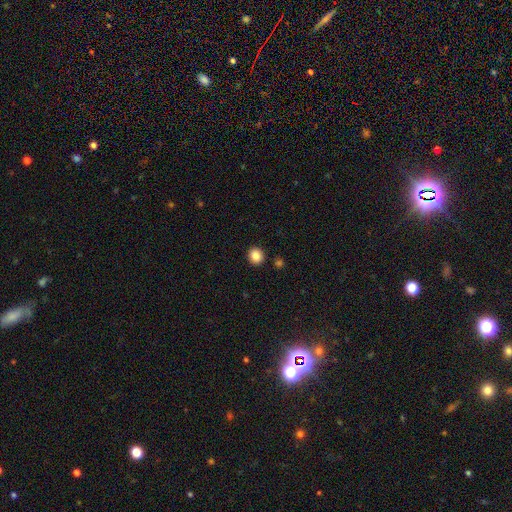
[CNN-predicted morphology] Smooth or featured?
  - smooth: 85% *
  - star or artifact: 10%
  - featured or disk: 5%
How rounded?
  - round: 86% *
  - in between: 13%
  - cigar-shaped: 1%
Merging?
  - none: 91% *
  - minor disturbance: 5%
  - merger: 2%
  - major disturbance: 2%